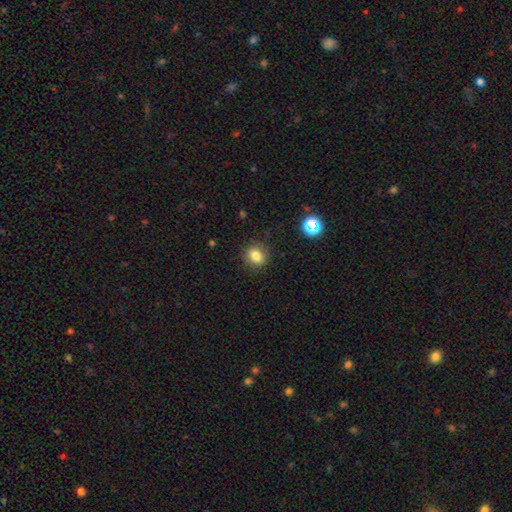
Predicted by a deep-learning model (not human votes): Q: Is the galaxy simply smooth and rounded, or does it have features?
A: smooth — 81%.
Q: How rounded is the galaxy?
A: round — 71%.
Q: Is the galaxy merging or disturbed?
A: none — 87%.